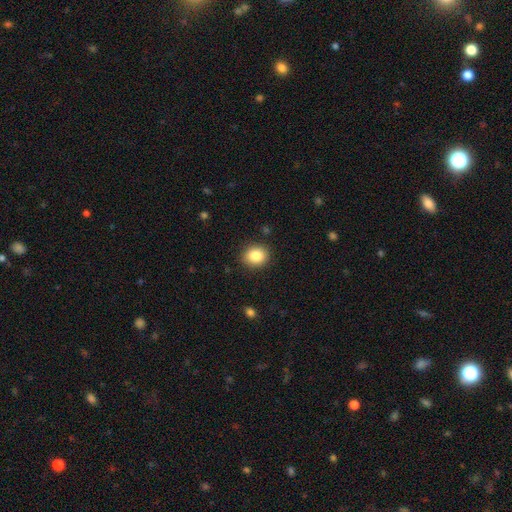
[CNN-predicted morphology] smooth 85%, star or artifact 9%, featured or disk 6%. Down the decision tree: how rounded — round (68%); merging — none (89%).